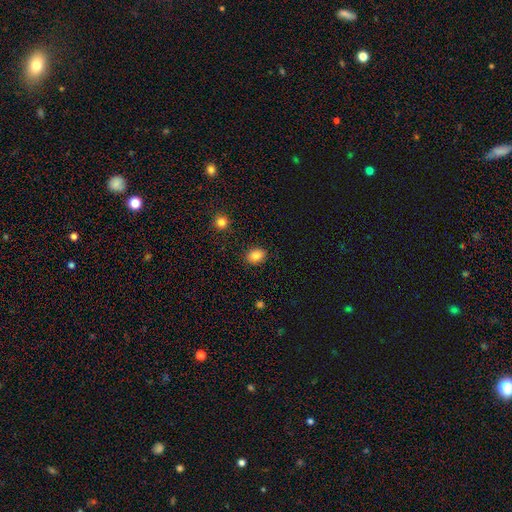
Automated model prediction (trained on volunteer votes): This is clearly a smooth galaxy (86%). How rounded: likely in between (62%). Merging: clearly none (89%).